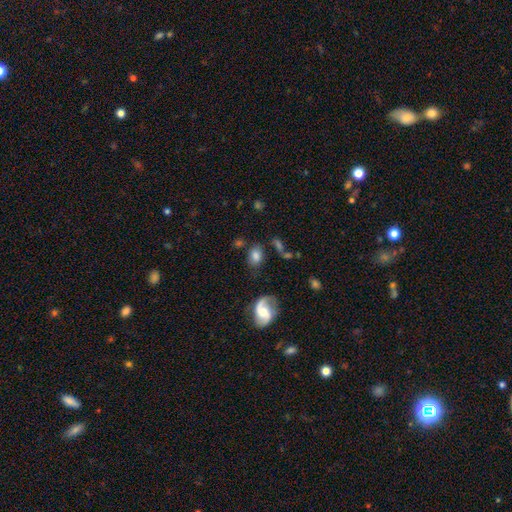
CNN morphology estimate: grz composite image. It shows a smooth galaxy with no disk features (73%) that is in between round and cigar-shaped (75%). Merging: none (72%).